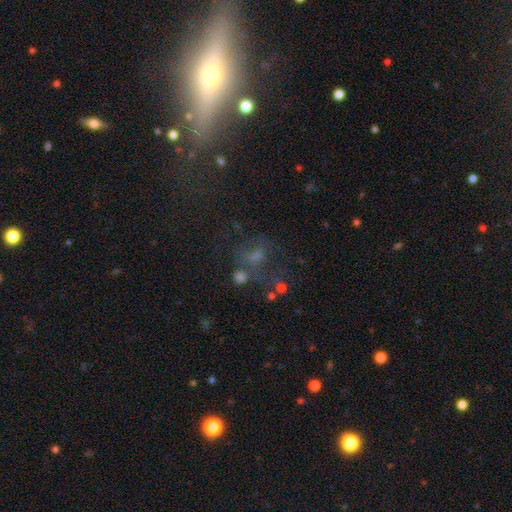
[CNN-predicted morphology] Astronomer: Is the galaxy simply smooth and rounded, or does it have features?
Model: smooth — 36% (runner-up: star or artifact, 35%).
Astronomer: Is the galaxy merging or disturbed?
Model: none — 41% (runner-up: major disturbance, 24%).